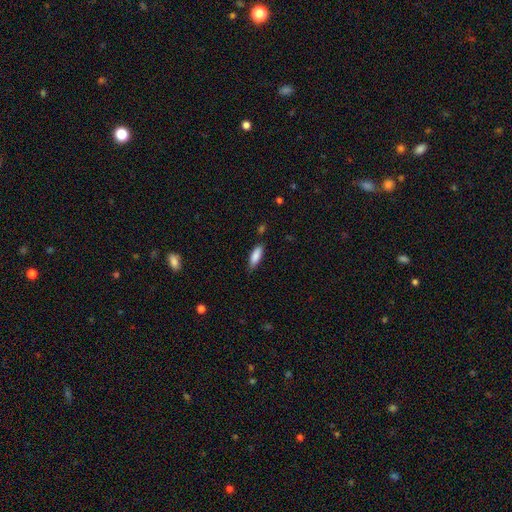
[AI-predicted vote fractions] Smooth or featured: smooth — 85% (featured or disk — 8%)
How rounded: in between — 57% (cigar-shaped — 41%)
Merging: none — 79% (minor disturbance — 16%)